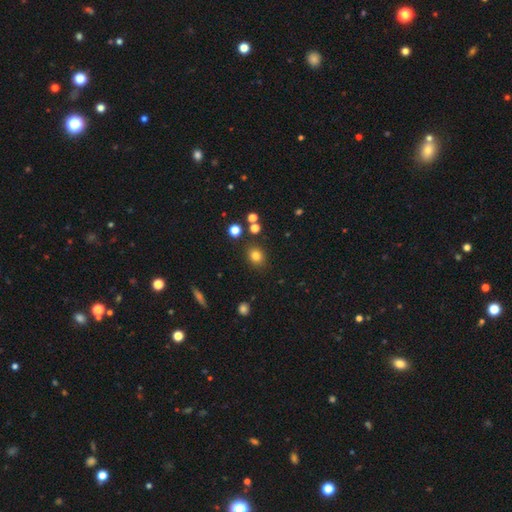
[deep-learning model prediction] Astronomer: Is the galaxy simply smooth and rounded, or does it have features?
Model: smooth — 80%.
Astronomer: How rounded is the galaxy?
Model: round — 68%.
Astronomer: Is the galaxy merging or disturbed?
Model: none — 85%.